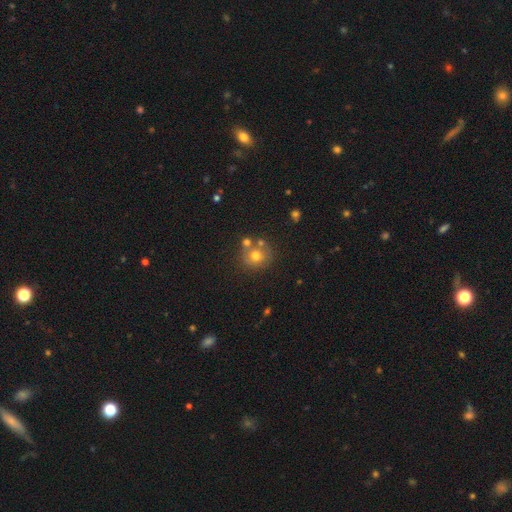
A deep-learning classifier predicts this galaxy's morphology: Overall: smooth (70%). How rounded: round (87%). Merging: none (63%).